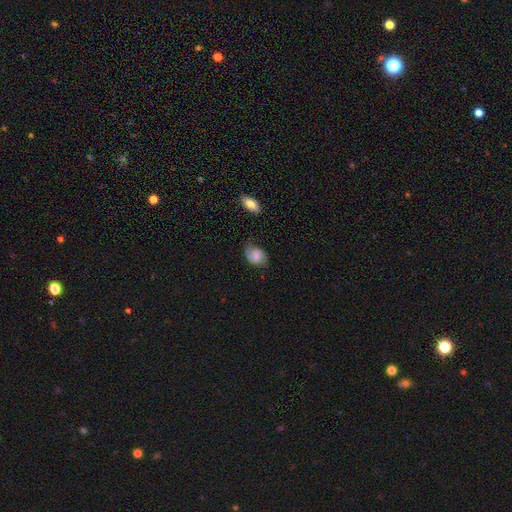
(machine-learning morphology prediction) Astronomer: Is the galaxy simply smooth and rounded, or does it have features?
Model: featured or disk — 50% (runner-up: smooth, 42%).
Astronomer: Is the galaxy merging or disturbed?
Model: none — 57%.